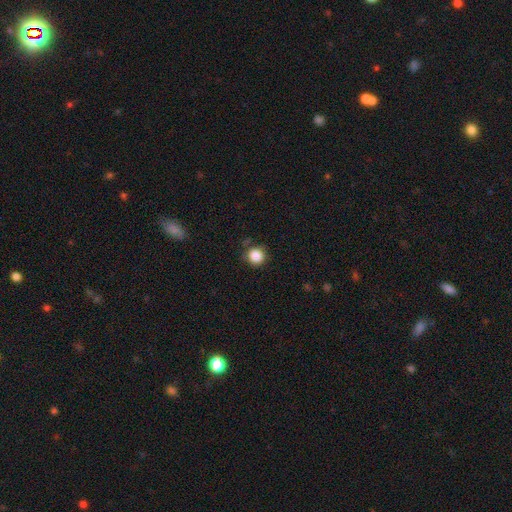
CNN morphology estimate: This appears to be a smooth galaxy with no disk features (86%) that is round (93%). Merging: none (81%).